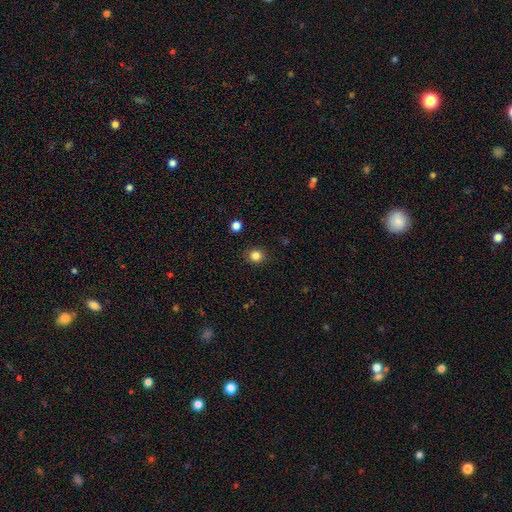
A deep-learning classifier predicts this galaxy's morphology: Q: Smooth or featured?
A: smooth (83%); runner-up: star or artifact (12%)
Q: How rounded?
A: round (83%); runner-up: in between (16%)
Q: Merging?
A: none (88%); runner-up: minor disturbance (8%)